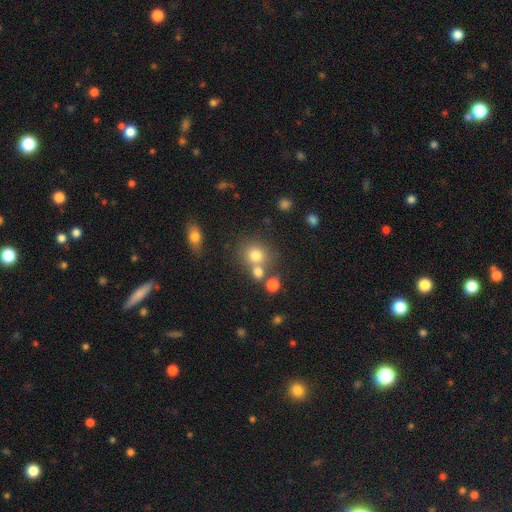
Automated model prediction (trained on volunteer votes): smooth_or_featured: smooth (p=0.76) [alt: star or artifact p=0.14]
how_rounded: round (p=0.81) [alt: in between p=0.18]
merging: none (p=0.57) [alt: merger p=0.29]